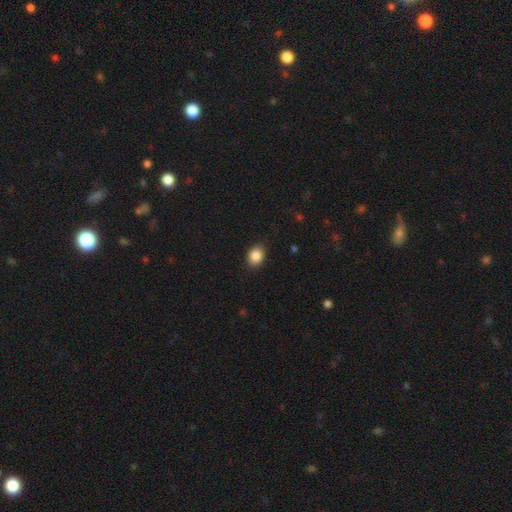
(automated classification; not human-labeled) Q: Smooth or featured?
A: smooth (87%); runner-up: star or artifact (9%)
Q: How rounded?
A: in between (63%); runner-up: round (36%)
Q: Merging?
A: none (88%); runner-up: minor disturbance (9%)